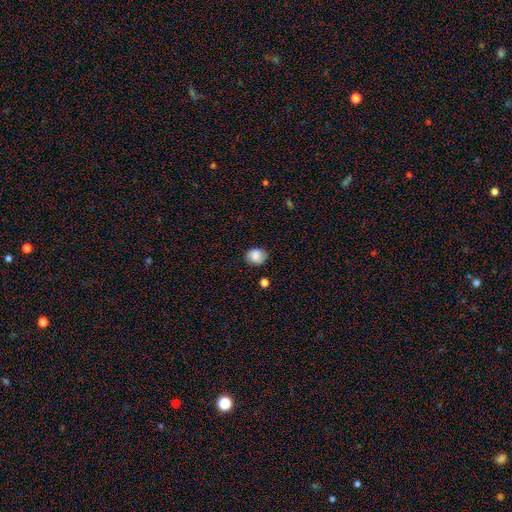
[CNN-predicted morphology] Q: Smooth or featured?
A: smooth (80%); runner-up: featured or disk (11%)
Q: How rounded?
A: round (55%); runner-up: in between (44%)
Q: Merging?
A: none (77%); runner-up: minor disturbance (17%)